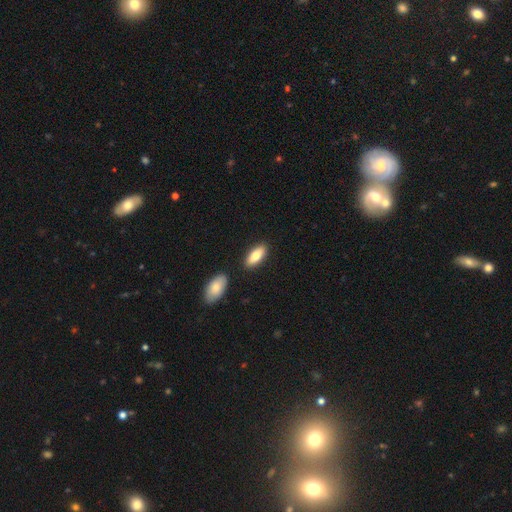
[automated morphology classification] smooth 78%, featured or disk 16%, star or artifact 6%. Down the decision tree: how rounded — in between (80%); merging — none (83%).